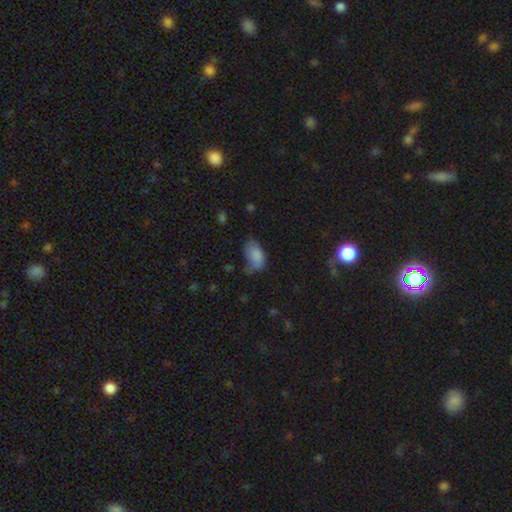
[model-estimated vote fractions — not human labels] A smooth galaxy with no disk features (82%) that is in between round and cigar-shaped (93%).

Vote fractions:
- Smooth or featured? smooth: 82% / featured or disk: 9% / star or artifact: 8%
- How rounded? in between: 93% / round: 6% / cigar-shaped: 2%
- Merging? none: 44% / minor disturbance: 37% / major disturbance: 15% / merger: 4%